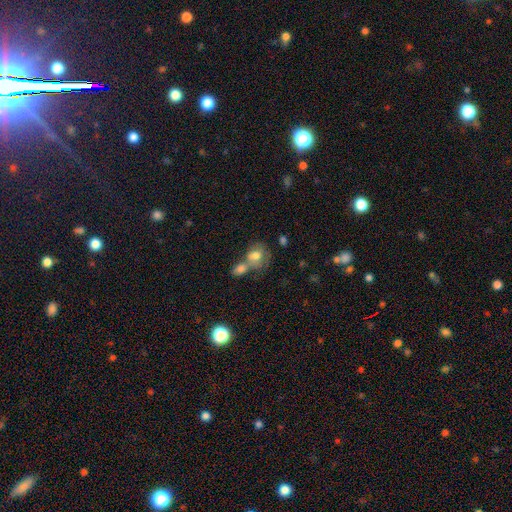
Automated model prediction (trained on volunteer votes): Smooth or featured? Predicted: smooth (p=0.72). How rounded? Predicted: in between (p=0.50). Merging? Predicted: merger (p=0.54).